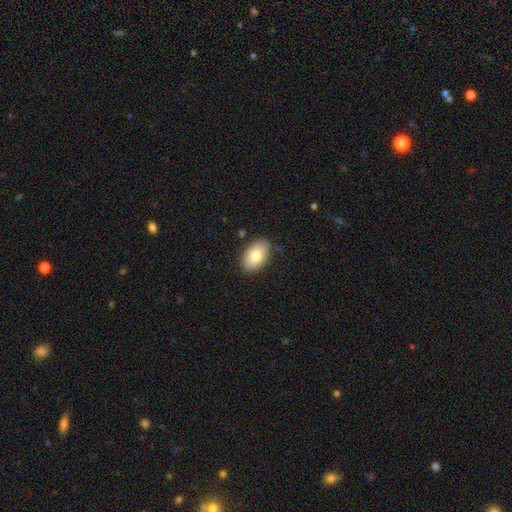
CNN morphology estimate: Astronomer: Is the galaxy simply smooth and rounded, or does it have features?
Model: smooth — 79%.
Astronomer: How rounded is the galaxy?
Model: in between — 92%.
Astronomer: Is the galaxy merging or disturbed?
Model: none — 85%.